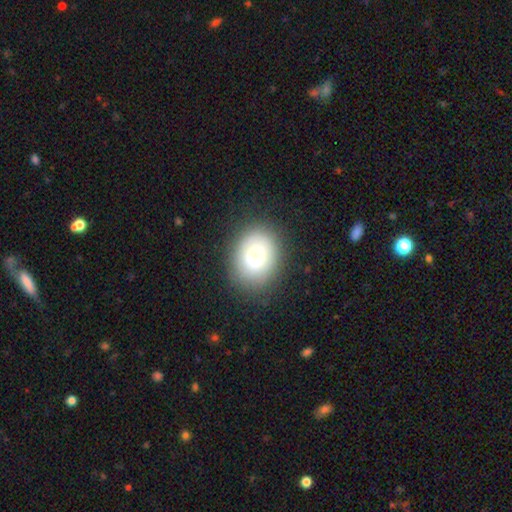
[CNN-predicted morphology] smooth_or_featured: smooth (p=0.78) [alt: featured or disk p=0.13]
how_rounded: in between (p=0.51) [alt: round p=0.49]
merging: none (p=0.85) [alt: minor disturbance p=0.10]